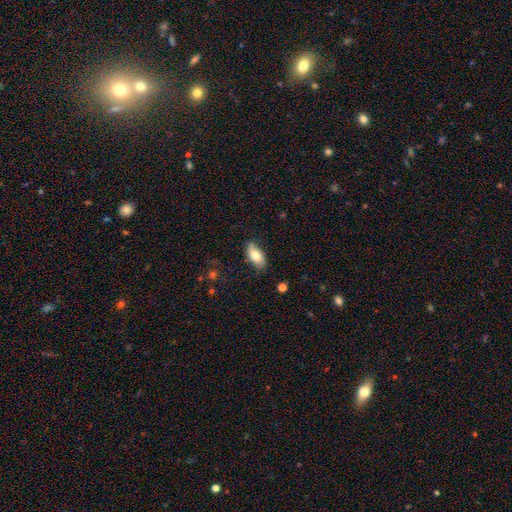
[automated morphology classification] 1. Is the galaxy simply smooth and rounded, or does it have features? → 76% smooth, 18% featured or disk, 7% star or artifact.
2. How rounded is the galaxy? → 90% in between, 7% cigar-shaped, 3% round.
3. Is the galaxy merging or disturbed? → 77% none, 18% minor disturbance, 3% major disturbance, 1% merger.